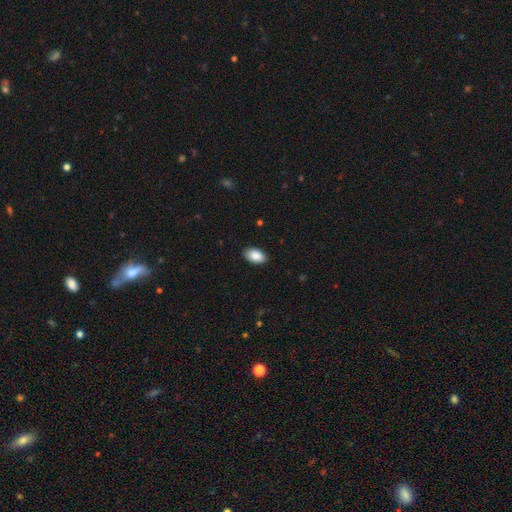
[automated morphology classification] smooth_or_featured: smooth (p=0.89) [alt: star or artifact p=0.07]
how_rounded: in between (p=0.95) [alt: round p=0.04]
merging: none (p=0.88) [alt: minor disturbance p=0.09]